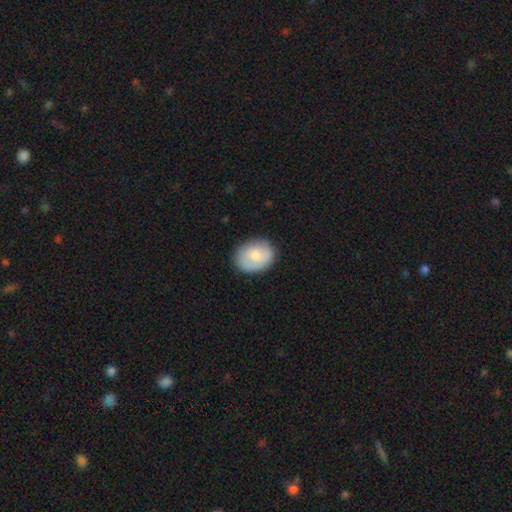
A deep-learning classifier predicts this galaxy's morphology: Smooth or featured?
  - smooth: 72% *
  - featured or disk: 22%
  - star or artifact: 6%
How rounded?
  - in between: 50% *
  - round: 49%
  - cigar-shaped: 1%
Merging?
  - none: 81% *
  - minor disturbance: 14%
  - major disturbance: 4%
  - merger: 1%